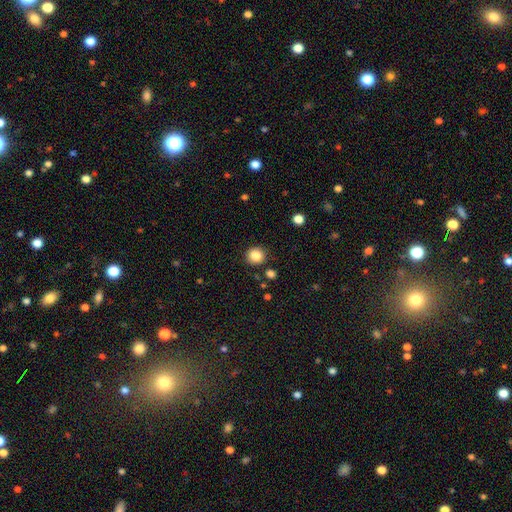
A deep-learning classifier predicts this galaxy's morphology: A smooth galaxy with no disk features (86%) that is round (90%). Merging: none (87%).